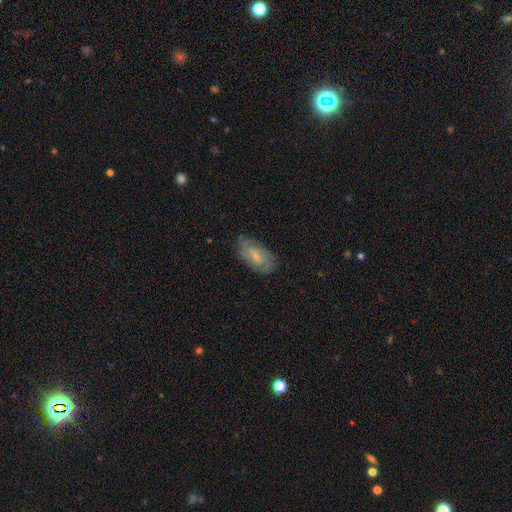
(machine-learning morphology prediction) smooth-or-featured: featured or disk: 60% | smooth: 33% | star or artifact: 7%
  disk-edge-on: no: 93% | yes: 7%
    bar: no: 52% | weak: 40% | strong: 8%
    has-spiral-arms: yes: 84% | no: 16%
    bulge-size: small: 64% | moderate: 30% | none: 4% | large: 1% | dominant: 1%
  merging: none: 74% | minor disturbance: 20% | major disturbance: 5% | merger: 1%